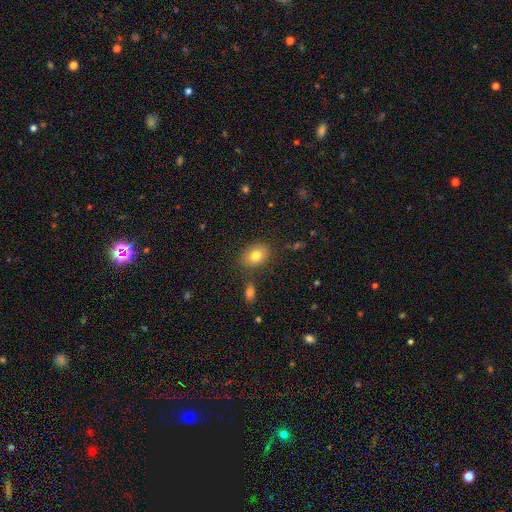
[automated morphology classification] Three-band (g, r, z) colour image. It shows a smooth galaxy with no disk features (80%) that is in between round and cigar-shaped (72%). Merging: none (80%).